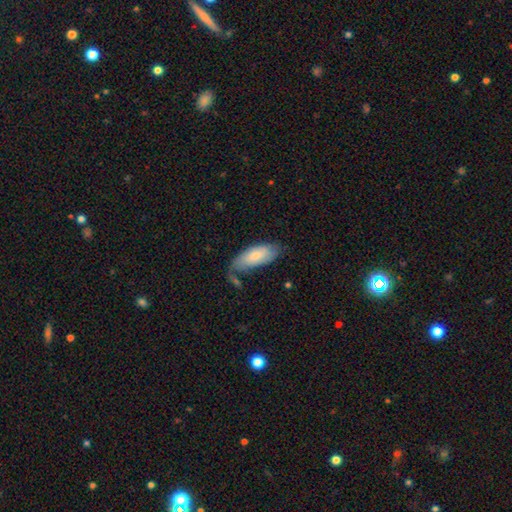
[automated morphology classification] Smooth or featured? smooth (72%)
How rounded? in between (82%)
Merging? none (51%)